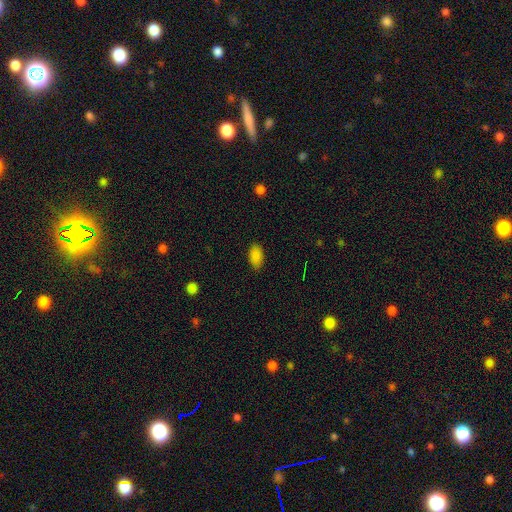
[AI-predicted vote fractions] A smooth galaxy with no disk features (86%) that is in between round and cigar-shaped (93%).

Vote fractions:
- Smooth or featured? smooth: 86% / star or artifact: 10% / featured or disk: 4%
- How rounded? in between: 93% / round: 5% / cigar-shaped: 2%
- Merging? none: 85% / minor disturbance: 11% / major disturbance: 3% / merger: 1%